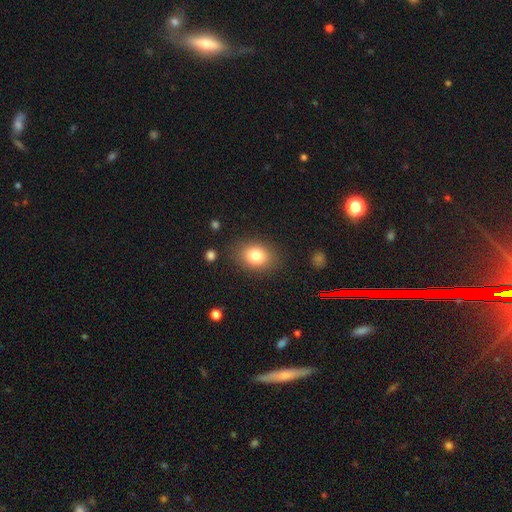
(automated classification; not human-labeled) Overall: smooth (81%). How rounded: in between (64%; round 35%). Merging: none (84%).